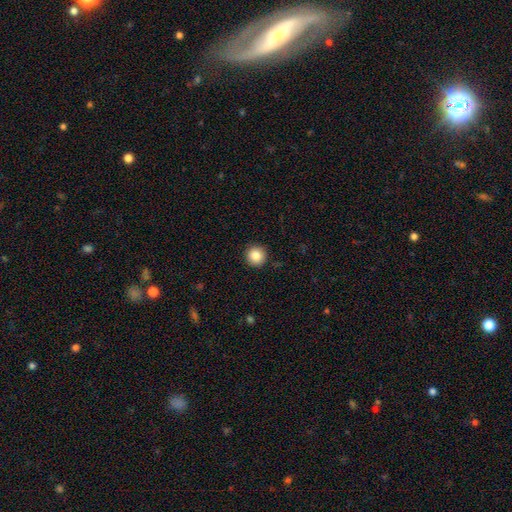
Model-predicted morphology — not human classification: This appears to be a smooth galaxy with no disk features (86%) that is round (95%). Merging: none (92%).